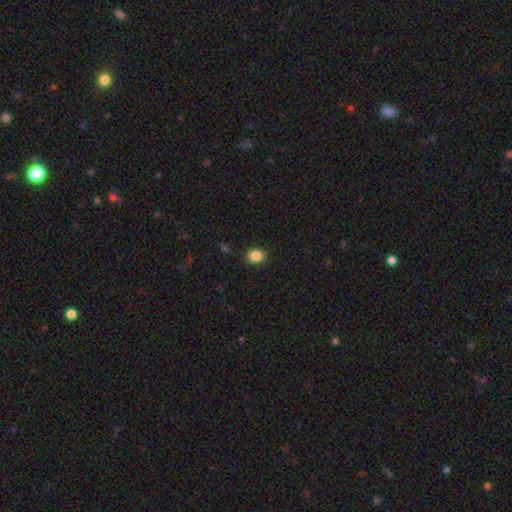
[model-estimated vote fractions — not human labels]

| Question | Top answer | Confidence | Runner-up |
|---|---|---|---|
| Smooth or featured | smooth | 86% | star or artifact (10%) |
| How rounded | round | 52% | in between (48%) |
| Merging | none | 88% | minor disturbance (8%) |